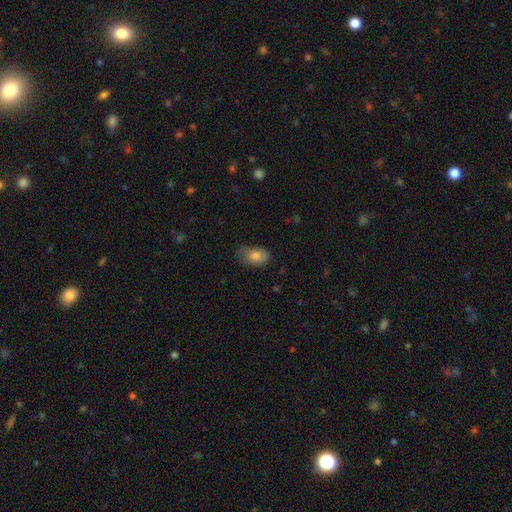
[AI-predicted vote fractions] Smooth or featured?
  - smooth: 80% *
  - featured or disk: 12%
  - star or artifact: 8%
How rounded?
  - in between: 86% *
  - round: 12%
  - cigar-shaped: 2%
Merging?
  - none: 65% *
  - minor disturbance: 27%
  - major disturbance: 7%
  - merger: 1%